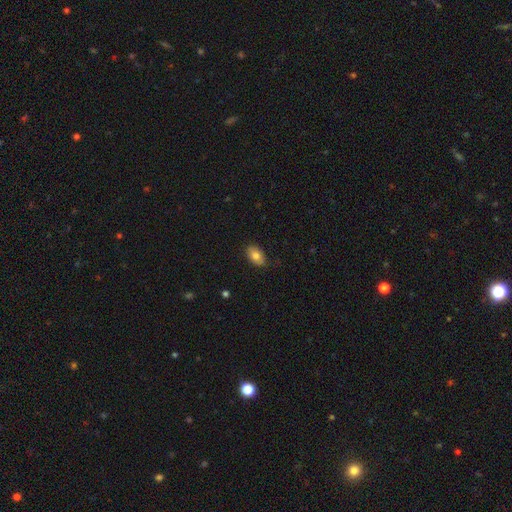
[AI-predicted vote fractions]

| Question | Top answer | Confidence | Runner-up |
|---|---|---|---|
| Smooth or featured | smooth | 79% | featured or disk (13%) |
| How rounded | in between | 91% | round (8%) |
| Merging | none | 84% | minor disturbance (13%) |